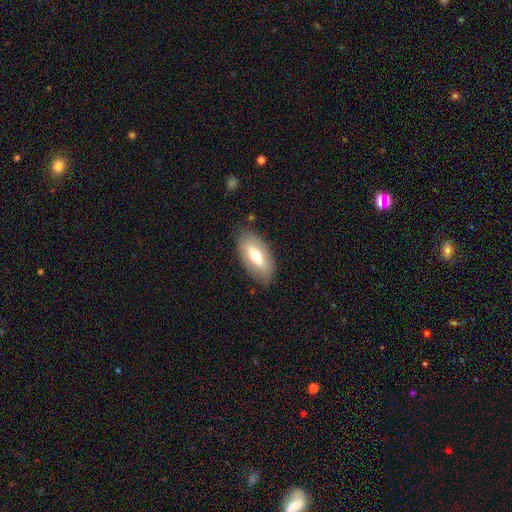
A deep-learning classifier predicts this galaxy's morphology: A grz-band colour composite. It shows a smooth galaxy with no disk features (58%) that is in between round and cigar-shaped (87%). Merging: none (82%).